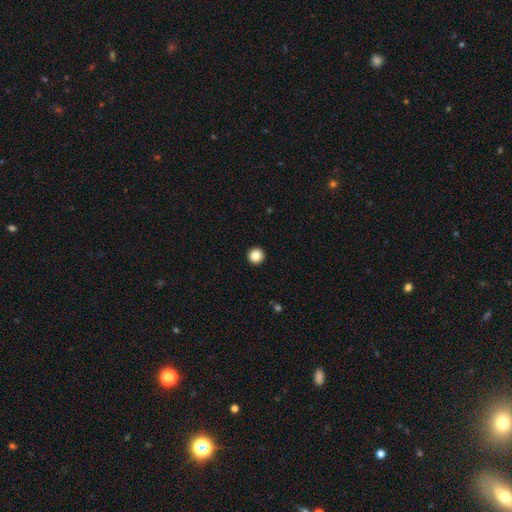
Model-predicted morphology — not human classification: This appears to be a smooth galaxy with no disk features (86%) that is round (97%). Merging: none (94%).